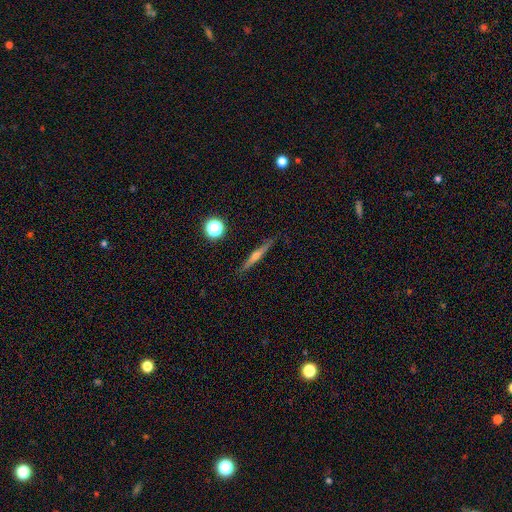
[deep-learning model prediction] Morphology: type=featured or disk (66%); edge-on=yes (97%); edge-on bulge=rounded (85%); merging=none (89%).